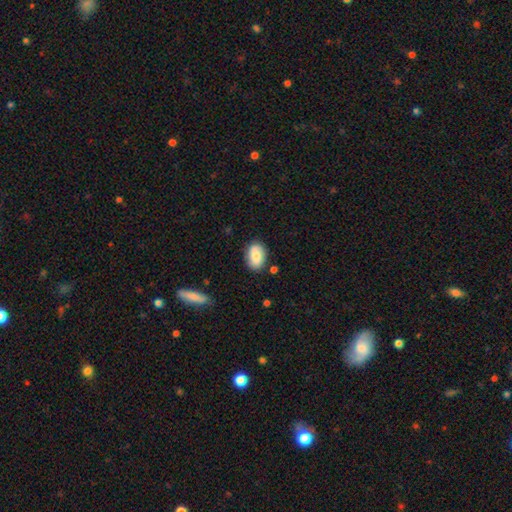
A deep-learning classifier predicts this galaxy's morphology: Smooth or featured? smooth (77%)
How rounded? in between (86%)
Merging? none (81%)